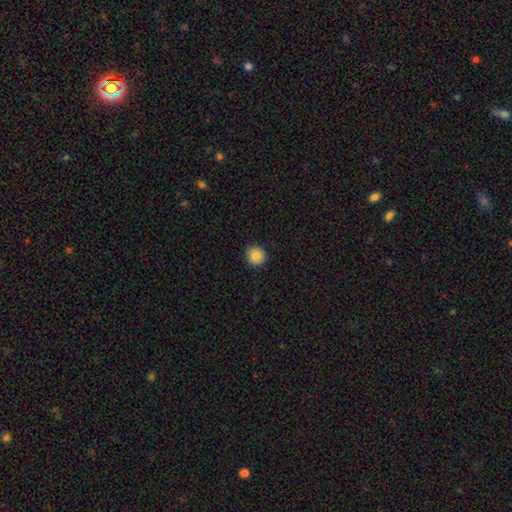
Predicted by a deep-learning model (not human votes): This appears to be a smooth galaxy with no disk features (85%) that is round (94%). Merging: none (91%).